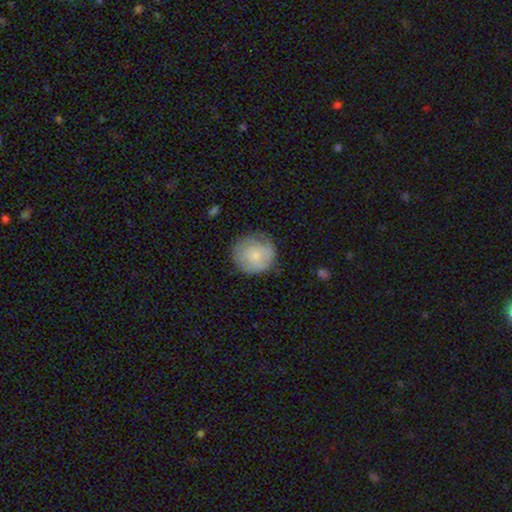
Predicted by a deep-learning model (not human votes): Overall: smooth (67%). How rounded: round (90%). Merging: none (71%).